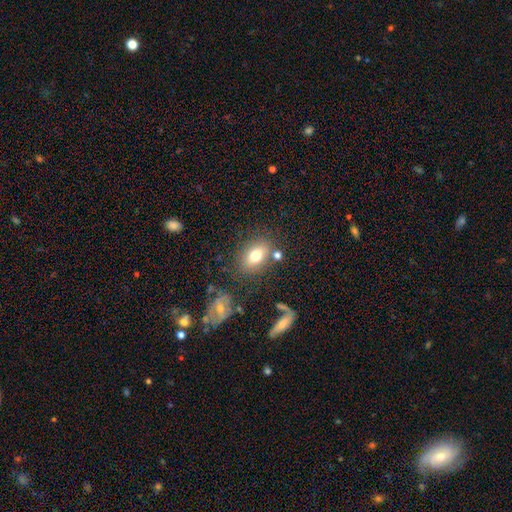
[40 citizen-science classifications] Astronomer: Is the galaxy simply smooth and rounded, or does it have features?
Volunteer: smooth — 85%.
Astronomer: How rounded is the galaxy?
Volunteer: in between — 82%.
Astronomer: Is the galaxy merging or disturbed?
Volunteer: none — 73%.